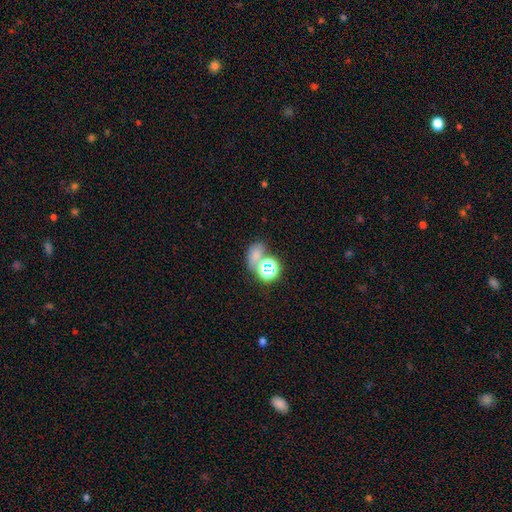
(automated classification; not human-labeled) Smooth or featured: smooth — 56% (star or artifact — 32%)
How rounded: in between — 57% (round — 41%)
Merging: none — 45% (merger — 35%)